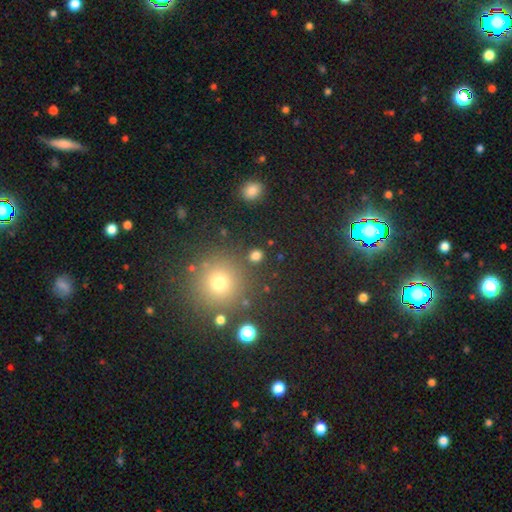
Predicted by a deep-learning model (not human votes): Q: Smooth or featured?
A: smooth (76%); runner-up: star or artifact (19%)
Q: How rounded?
A: round (85%); runner-up: in between (14%)
Q: Merging?
A: none (84%); runner-up: minor disturbance (7%)